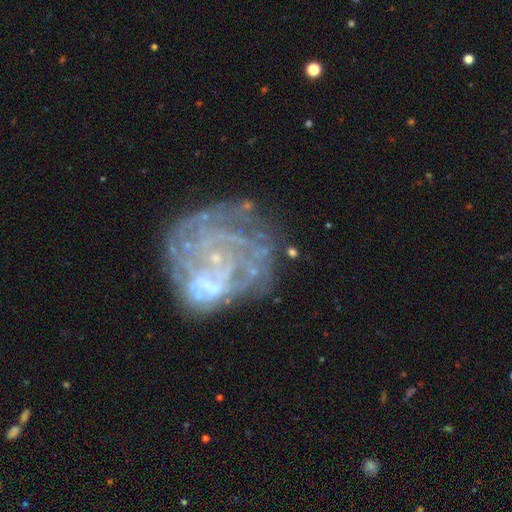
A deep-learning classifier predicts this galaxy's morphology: A featured or disk galaxy (77%) with no bar (77%), spiral arms (66%) and a small central bulge (46%). Merging: none (46%).